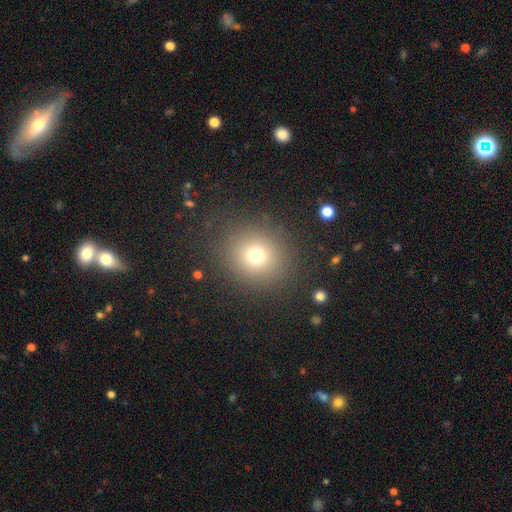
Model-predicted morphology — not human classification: Smooth or featured? Predicted: smooth (p=0.72). How rounded? Predicted: round (p=0.86). Merging? Predicted: none (p=0.86).